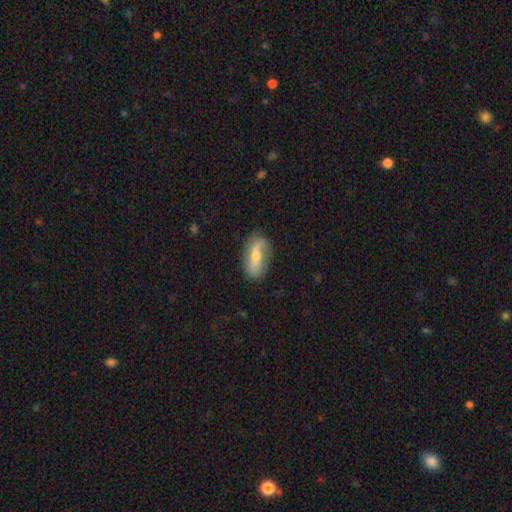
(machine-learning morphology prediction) A featured or disk galaxy (55%). Merging: none (78%).